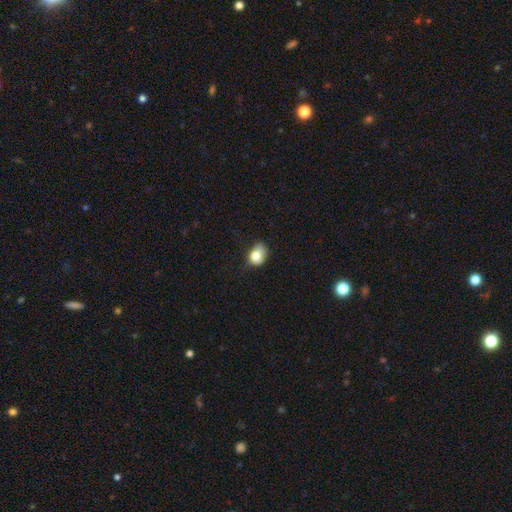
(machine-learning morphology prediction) Overall: smooth (78%). How rounded: in between (59%; round 40%). Merging: minor disturbance (42%; none 36%).